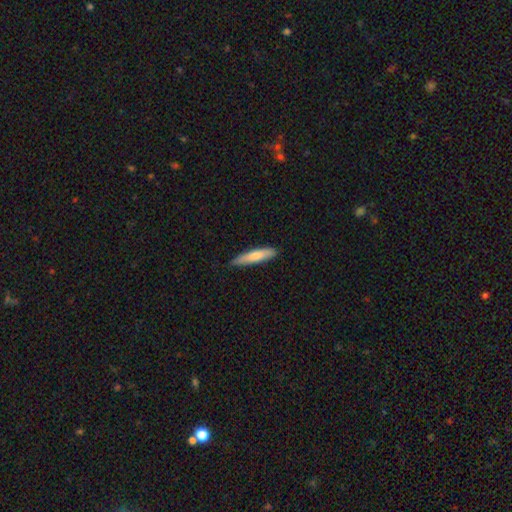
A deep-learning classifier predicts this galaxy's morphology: smooth_or_featured: smooth (p=0.75) [alt: featured or disk p=0.20]
how_rounded: cigar-shaped (p=0.83) [alt: in between p=0.16]
merging: none (p=0.82) [alt: minor disturbance p=0.15]